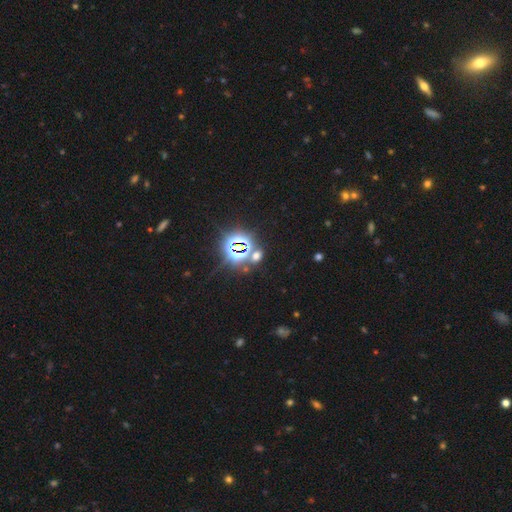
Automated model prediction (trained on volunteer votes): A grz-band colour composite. It shows a star or artifact, not a galaxy (63%).